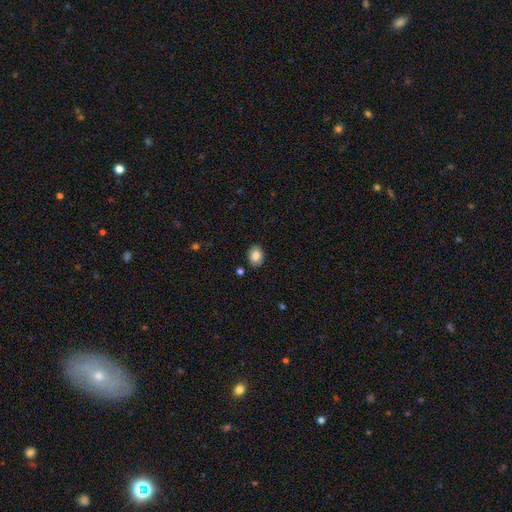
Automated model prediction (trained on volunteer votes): This is clearly a smooth galaxy (81%). How rounded: likely in between (63%). Merging: clearly none (87%).